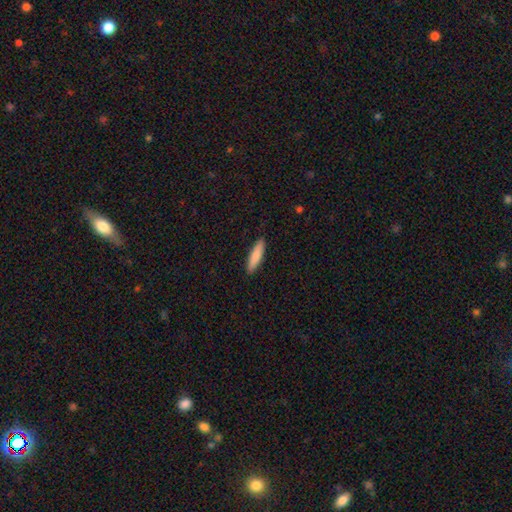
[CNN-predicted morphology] type=smooth (84%); roundness=cigar-shaped (77%); merging=none (90%).